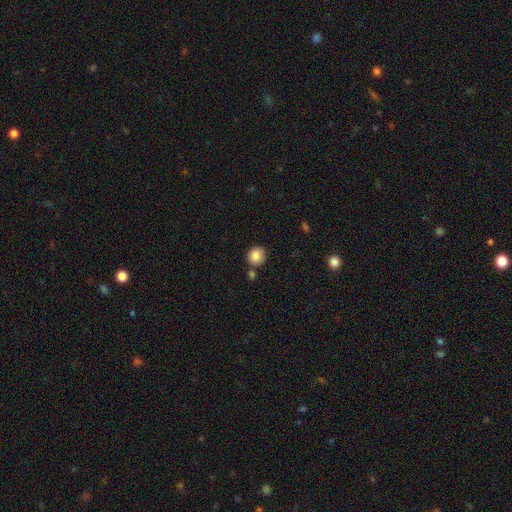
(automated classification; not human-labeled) smooth-or-featured: smooth: 84% | star or artifact: 9% | featured or disk: 8%
  how-rounded: round: 86% | in between: 13% | cigar-shaped: 1%
  merging: none: 79% | minor disturbance: 10% | merger: 9% | major disturbance: 2%